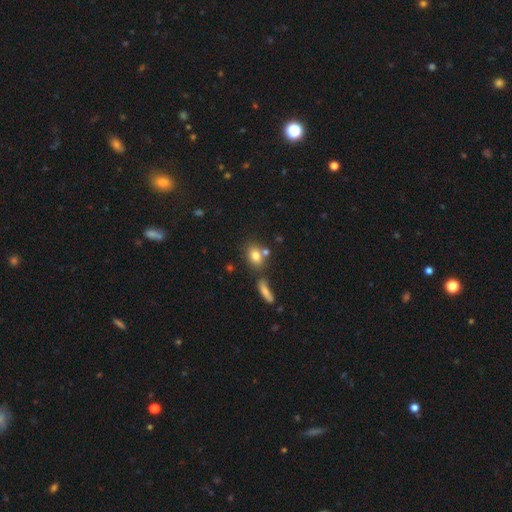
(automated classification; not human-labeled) Smooth or featured? smooth (78%)
How rounded? in between (73%)
Merging? none (60%)